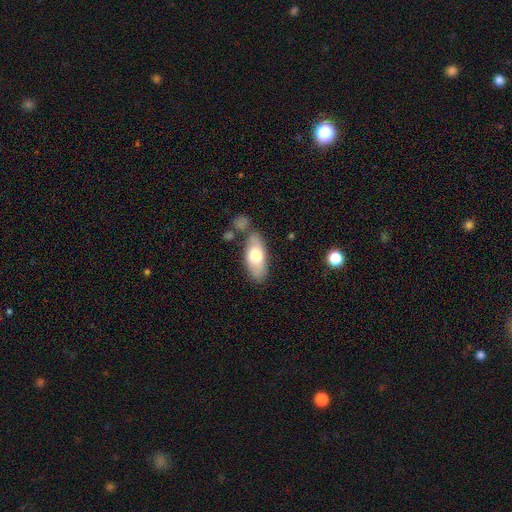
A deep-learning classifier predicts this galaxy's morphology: Smooth or featured? smooth (68%)
How rounded? in between (84%)
Merging? none (63%)